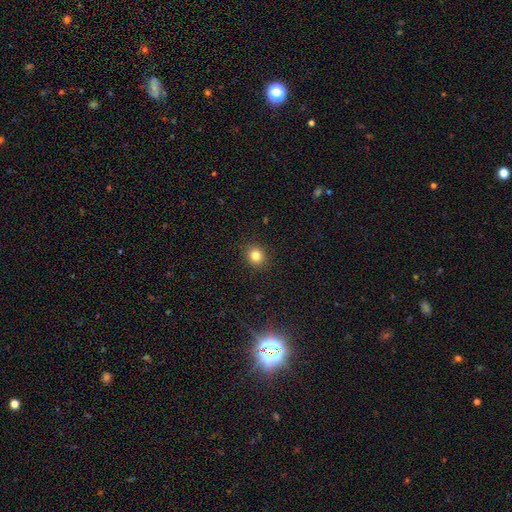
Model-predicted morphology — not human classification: Smooth or featured? Predicted: smooth (p=0.82). How rounded? Predicted: round (p=0.80). Merging? Predicted: none (p=0.90).